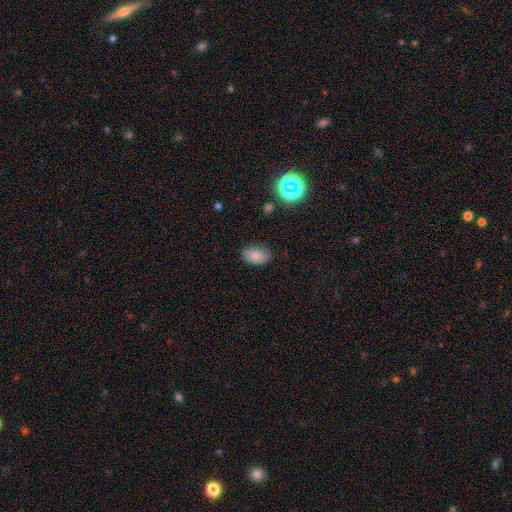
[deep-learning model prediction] Smooth or featured? Predicted: smooth (p=0.82). How rounded? Predicted: in between (p=0.91). Merging? Predicted: none (p=0.82).